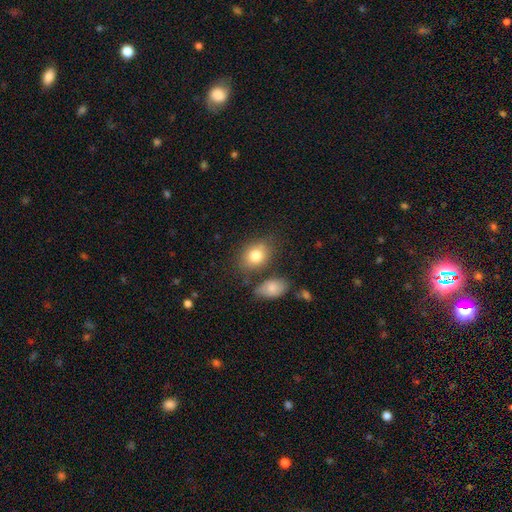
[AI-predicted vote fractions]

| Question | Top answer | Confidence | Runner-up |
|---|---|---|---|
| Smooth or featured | smooth | 80% | featured or disk (11%) |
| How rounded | in between | 67% | round (31%) |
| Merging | none | 67% | minor disturbance (16%) |